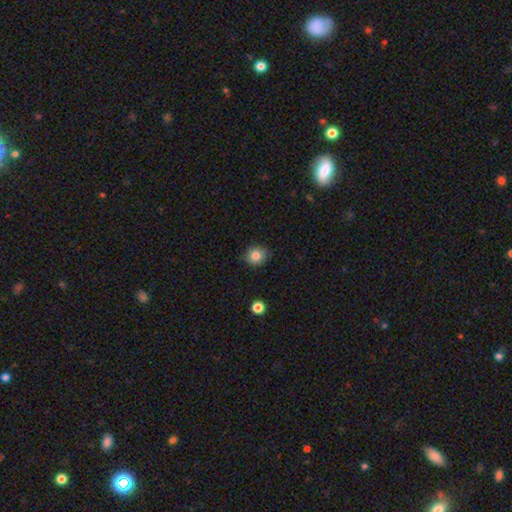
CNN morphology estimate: This is clearly a smooth galaxy (83%). How rounded: clearly round (80%). Merging: clearly none (86%).